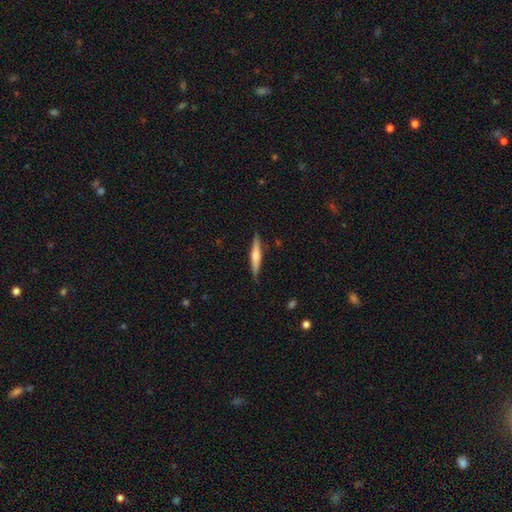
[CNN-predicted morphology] Q: Smooth or featured?
A: smooth (50%); runner-up: featured or disk (44%)
Q: How rounded?
A: cigar-shaped (91%); runner-up: in between (7%)
Q: Merging?
A: none (87%); runner-up: minor disturbance (10%)